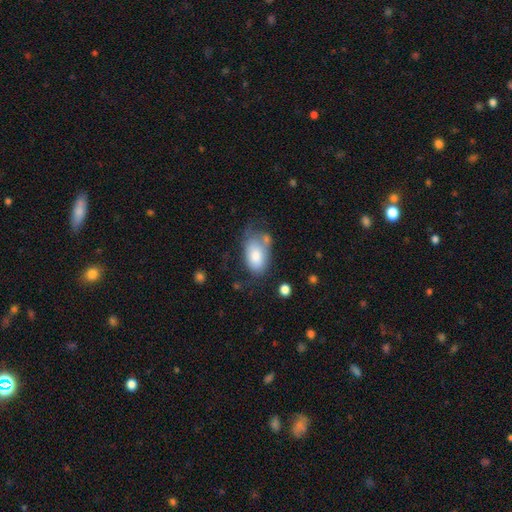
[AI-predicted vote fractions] smooth 75%, featured or disk 18%, star or artifact 7%. Down the decision tree: how rounded — in between (91%); merging — none (40%).